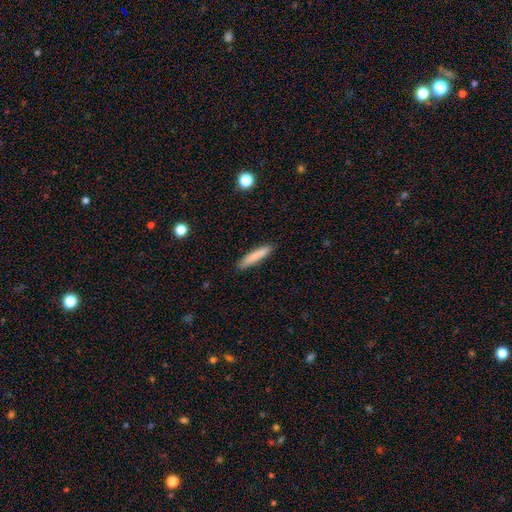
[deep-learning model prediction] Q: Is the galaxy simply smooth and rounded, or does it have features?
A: smooth — 83%.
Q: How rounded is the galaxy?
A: cigar-shaped — 90%.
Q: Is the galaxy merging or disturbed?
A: none — 89%.